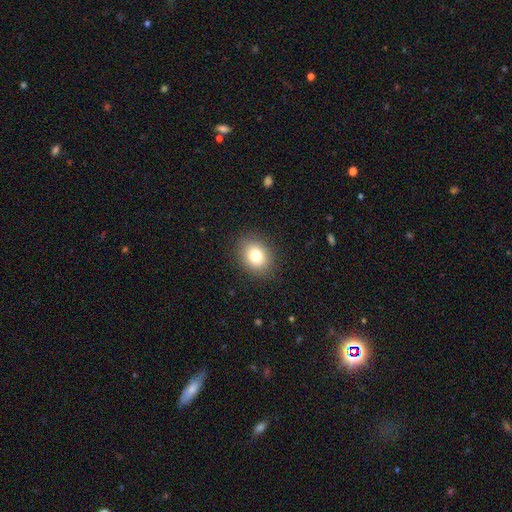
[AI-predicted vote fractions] A smooth galaxy with no disk features (80%) that is round (52%). Merging: none (88%).